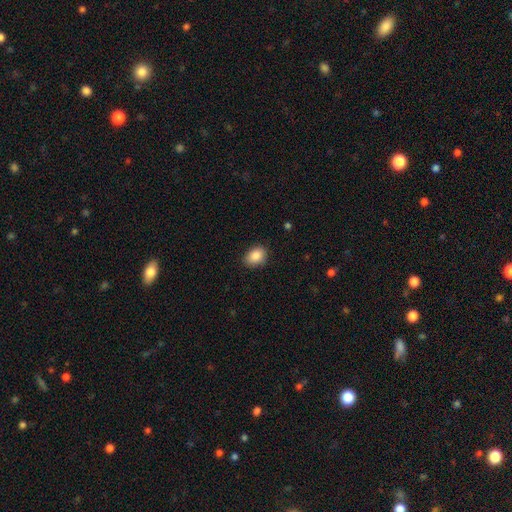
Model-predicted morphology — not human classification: A smooth galaxy with no disk features (88%) that is in between round and cigar-shaped (73%). Merging: none (85%).